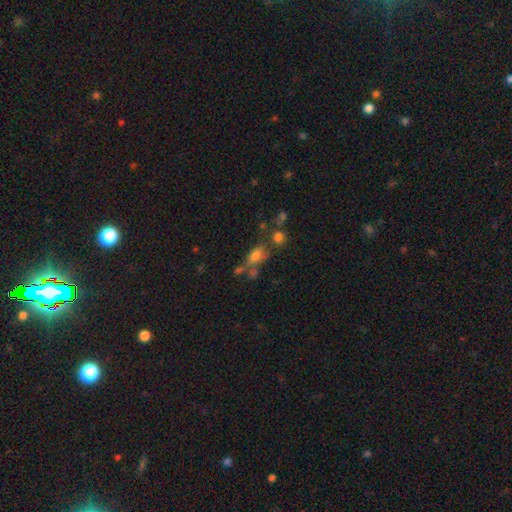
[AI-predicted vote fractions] This appears to be a smooth galaxy with no disk features (68%) that is in between round and cigar-shaped (79%). Merging: none (42%).